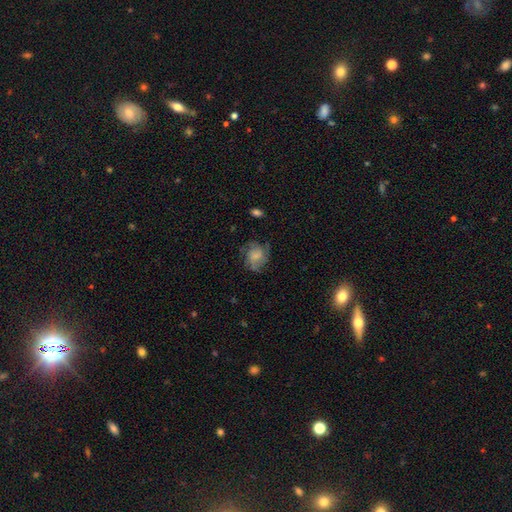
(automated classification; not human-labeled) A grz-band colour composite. It shows a featured or disk galaxy (47%). Merging: none (61%).